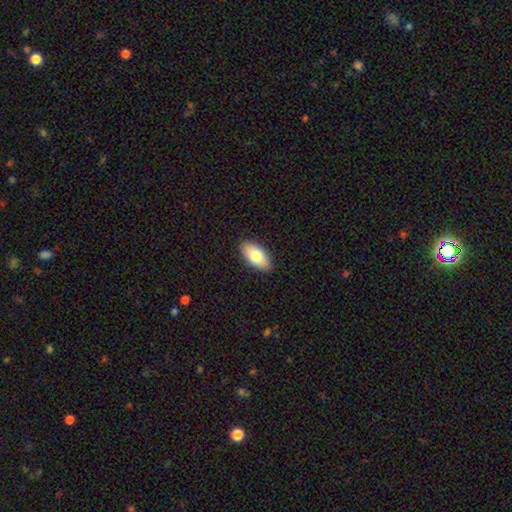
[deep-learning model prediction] Smooth or featured? smooth (78%)
How rounded? in between (93%)
Merging? none (89%)